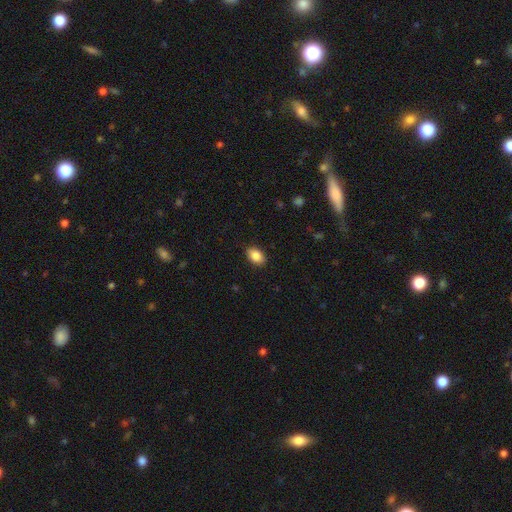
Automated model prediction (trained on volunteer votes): Smooth or featured: smooth — 87% (star or artifact — 8%)
How rounded: in between — 87% (round — 12%)
Merging: none — 88% (minor disturbance — 9%)